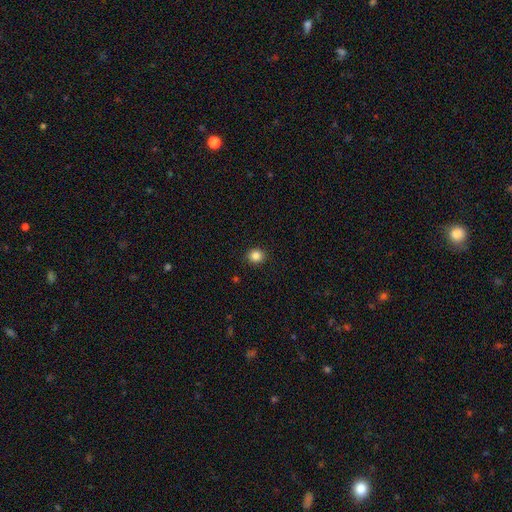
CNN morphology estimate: This is clearly a smooth galaxy (85%). How rounded: clearly round (86%). Merging: clearly none (92%).